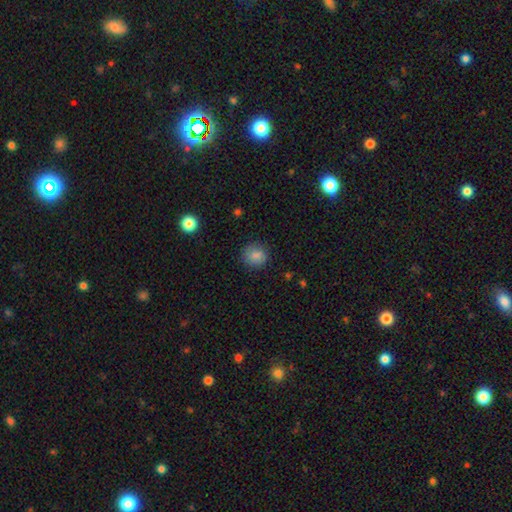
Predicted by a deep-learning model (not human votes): Smooth or featured?
  - smooth: 84% *
  - star or artifact: 10%
  - featured or disk: 6%
How rounded?
  - round: 81% *
  - in between: 18%
  - cigar-shaped: 1%
Merging?
  - none: 84% *
  - minor disturbance: 11%
  - major disturbance: 3%
  - merger: 1%